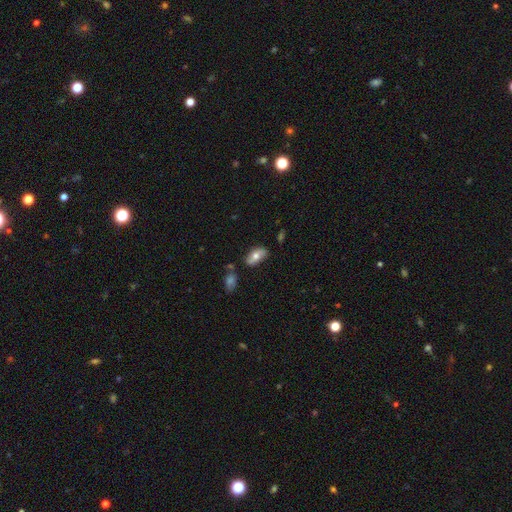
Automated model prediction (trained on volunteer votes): Smooth or featured?
  - smooth: 64% *
  - featured or disk: 29%
  - star or artifact: 7%
How rounded?
  - in between: 91% *
  - cigar-shaped: 5%
  - round: 4%
Merging?
  - none: 74% *
  - minor disturbance: 17%
  - merger: 5%
  - major disturbance: 4%